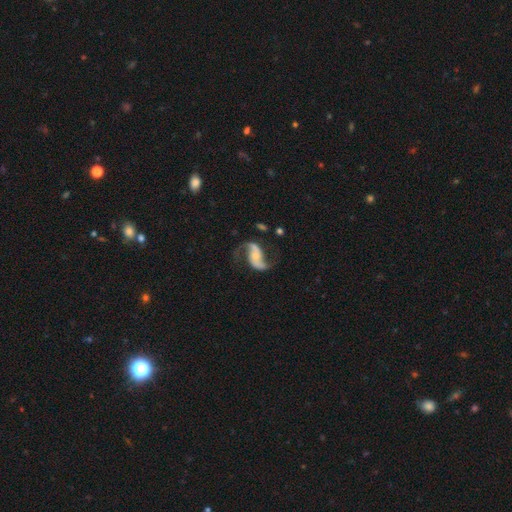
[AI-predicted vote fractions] Smooth or featured?
  - featured or disk: 89% *
  - smooth: 6%
  - star or artifact: 5%
Edge-on disk?
  - no: 97% *
  - yes: 3%
Bar?
  - no: 49% *
  - weak: 32%
  - strong: 19%
Spiral arms?
  - yes: 96% *
  - no: 4%
Spiral winding?
  - loose: 71% *
  - medium: 24%
  - tight: 5%
Spiral arm count?
  - 2: 92% *
  - 1: 3%
  - can't tell: 2%
  - 3: 1%
  - 4: 1%
  - more than 4: 1%
Bulge size?
  - small: 55% *
  - moderate: 29%
  - none: 10%
  - large: 4%
  - dominant: 2%
Merging?
  - none: 70% *
  - minor disturbance: 15%
  - major disturbance: 12%
  - merger: 3%